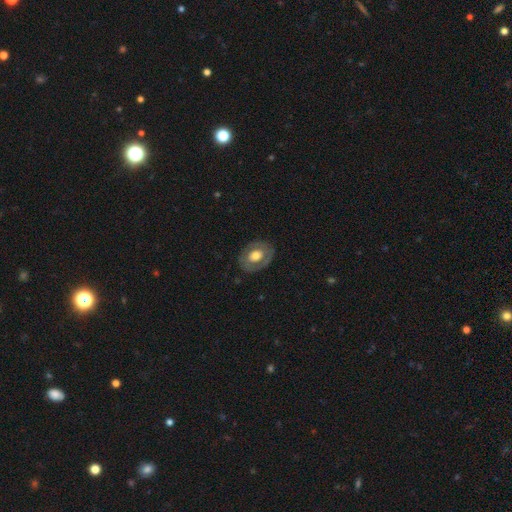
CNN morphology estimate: smooth-or-featured: smooth: 48% | featured or disk: 46% | star or artifact: 6%
  merging: none: 80% | minor disturbance: 14% | major disturbance: 5% | merger: 1%